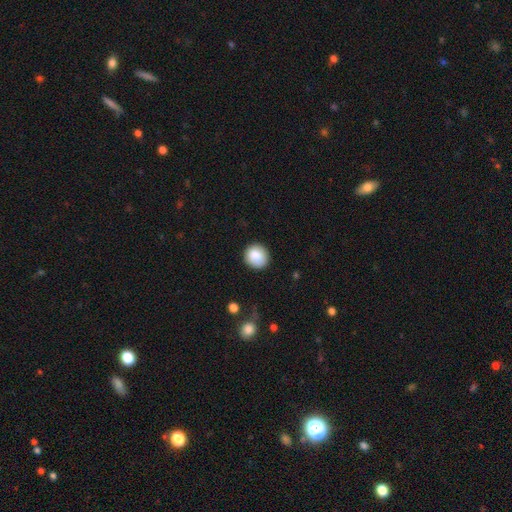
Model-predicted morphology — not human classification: The model was most divided on "merging": none: 86%, minor disturbance: 10%, major disturbance: 3%, merger: 1%. More confident: how rounded — round (87%); smooth or featured — smooth (87%).